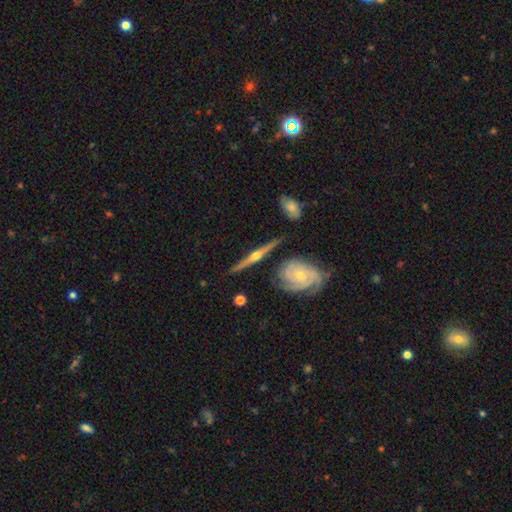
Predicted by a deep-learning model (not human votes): A featured or disk galaxy (82%) viewed edge-on (93%) with a rounded central bulge (90%). Merging: none (81%).